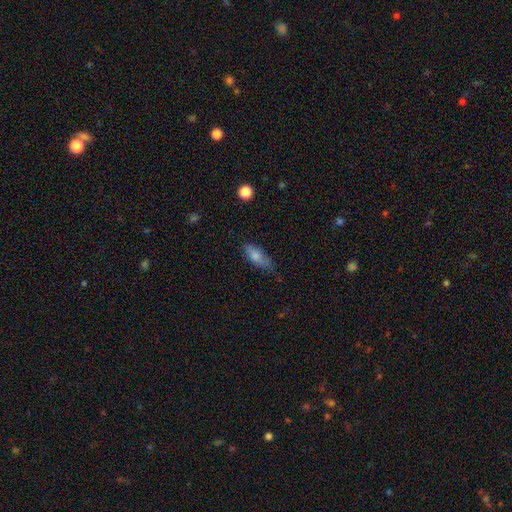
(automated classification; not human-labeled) Morphology: type=smooth (75%); roundness=in between (64%); merging=none (71%).